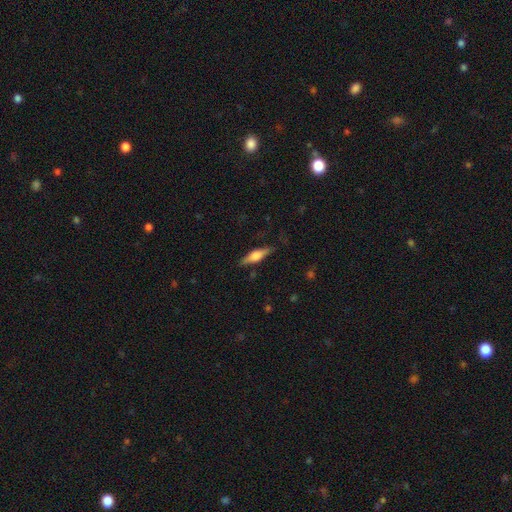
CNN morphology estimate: A featured or disk galaxy (49%).

Vote fractions:
- Smooth or featured? featured or disk: 49% / smooth: 45% / star or artifact: 6%
- Merging? none: 82% / minor disturbance: 13% / major disturbance: 3% / merger: 1%